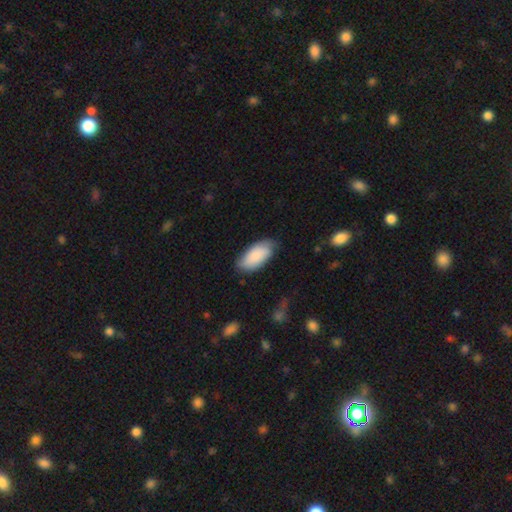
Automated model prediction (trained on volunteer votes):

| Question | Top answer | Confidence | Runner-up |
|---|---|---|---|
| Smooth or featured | smooth | 81% | featured or disk (13%) |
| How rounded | in between | 91% | cigar-shaped (7%) |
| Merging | none | 71% | minor disturbance (23%) |